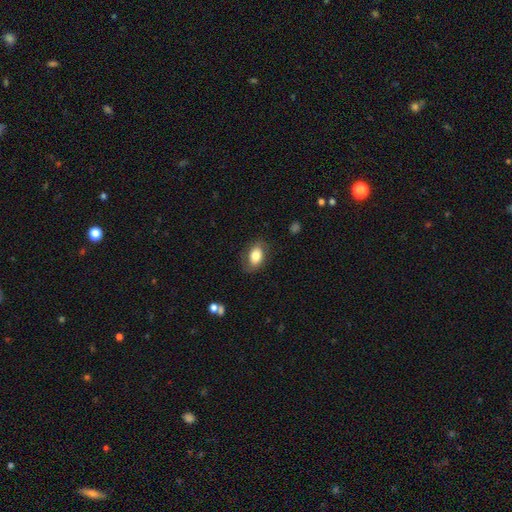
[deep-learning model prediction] Smooth or featured? smooth (75%)
How rounded? in between (84%)
Merging? none (76%)